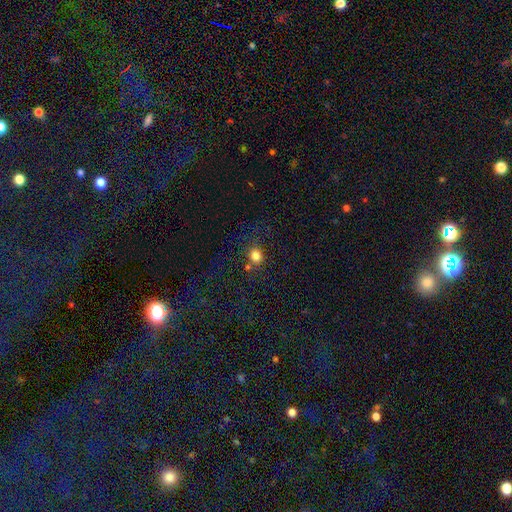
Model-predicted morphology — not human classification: Overall: smooth (80%). How rounded: round (72%). Merging: none (74%).